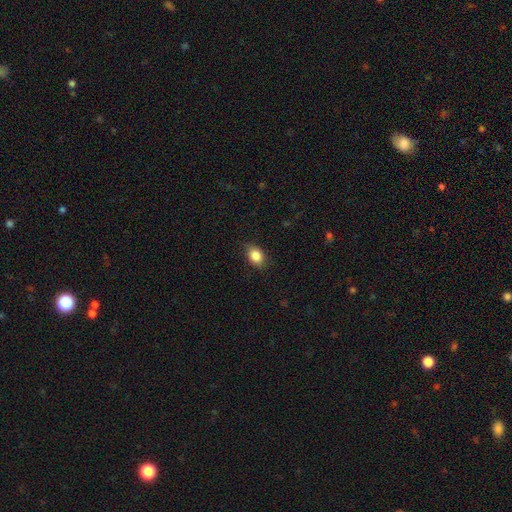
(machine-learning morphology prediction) smooth_or_featured: smooth (p=0.85) [alt: star or artifact p=0.09]
how_rounded: in between (p=0.67) [alt: round p=0.32]
merging: none (p=0.78) [alt: minor disturbance p=0.17]